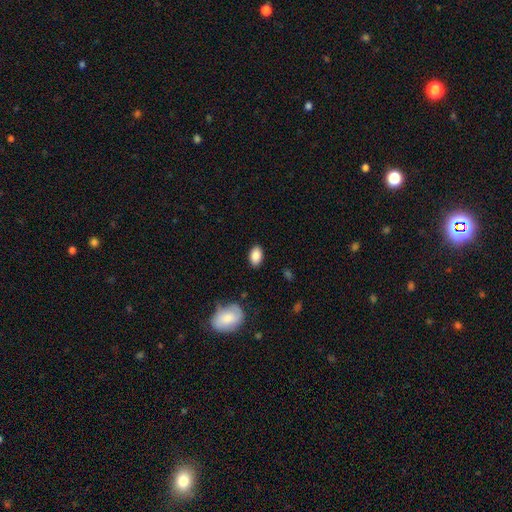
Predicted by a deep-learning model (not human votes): Smooth or featured? Predicted: smooth (p=0.87). How rounded? Predicted: in between (p=0.90). Merging? Predicted: none (p=0.86).